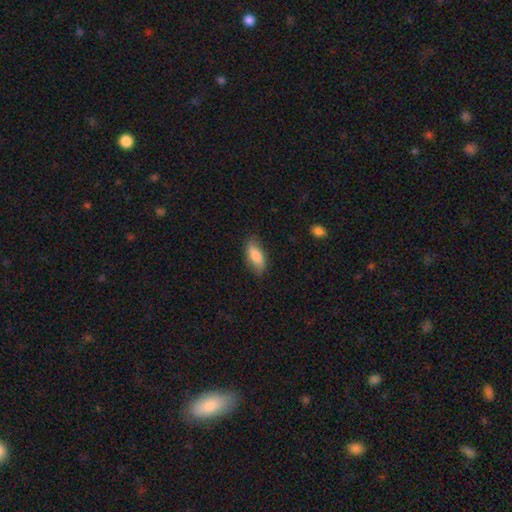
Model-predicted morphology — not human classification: This appears to be a smooth galaxy with no disk features (76%) that is in between round and cigar-shaped (82%). Merging: none (78%).